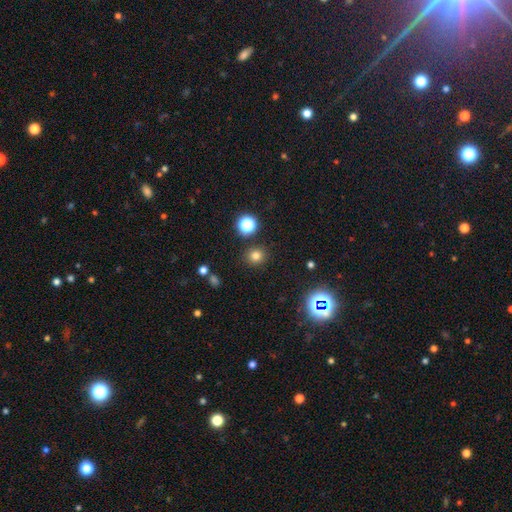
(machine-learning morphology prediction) smooth-or-featured: smooth: 77% | star or artifact: 17% | featured or disk: 6%
  how-rounded: round: 87% | in between: 12% | cigar-shaped: 1%
  merging: none: 88% | minor disturbance: 7% | merger: 3% | major disturbance: 3%